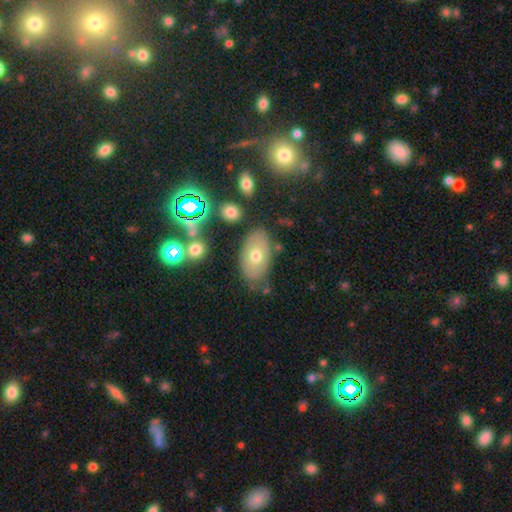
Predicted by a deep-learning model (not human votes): This is likely a smooth galaxy (62%). How rounded: clearly in between (91%). Merging: likely none (73%).